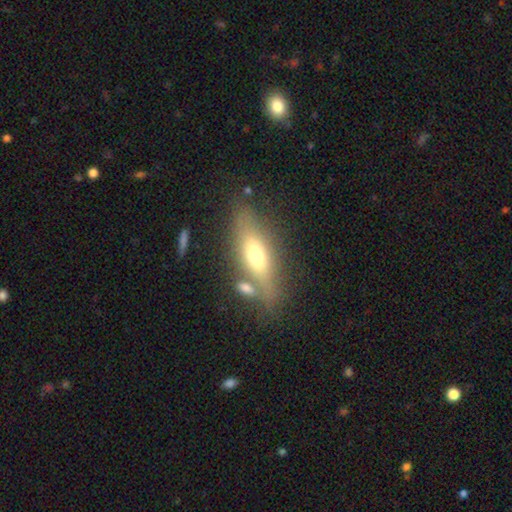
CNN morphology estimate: Q: Smooth or featured?
A: smooth (50%); runner-up: featured or disk (42%)
Q: How rounded?
A: in between (53%); runner-up: cigar-shaped (44%)
Q: Merging?
A: none (67%); runner-up: minor disturbance (15%)